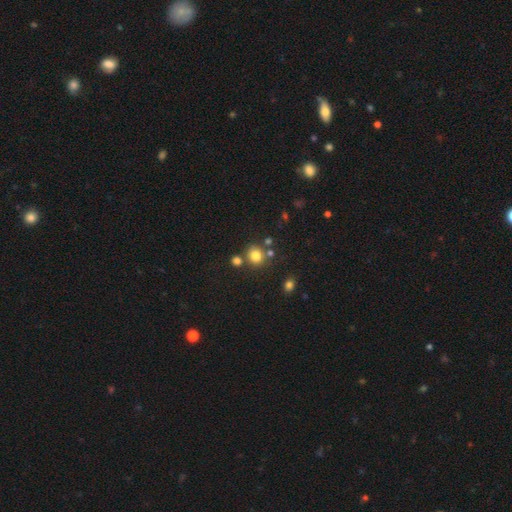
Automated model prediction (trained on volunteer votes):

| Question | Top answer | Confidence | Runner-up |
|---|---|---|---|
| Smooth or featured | smooth | 79% | star or artifact (13%) |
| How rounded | round | 82% | in between (17%) |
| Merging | none | 69% | merger (16%) |